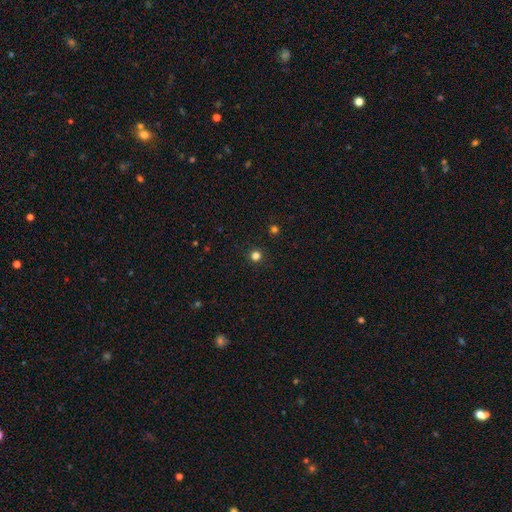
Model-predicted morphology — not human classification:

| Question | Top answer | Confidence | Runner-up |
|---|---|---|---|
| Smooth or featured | smooth | 79% | star or artifact (18%) |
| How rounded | round | 96% | in between (3%) |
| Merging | none | 93% | minor disturbance (4%) |